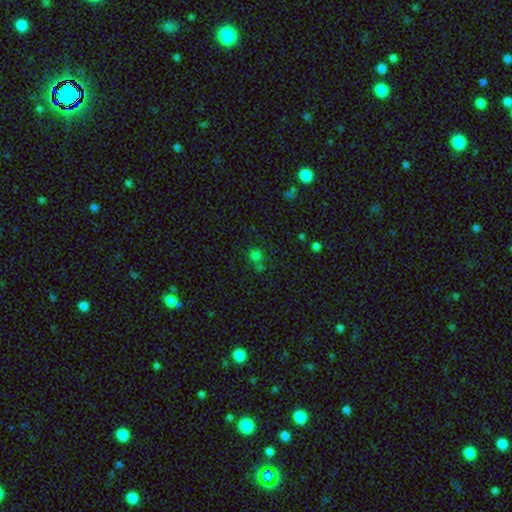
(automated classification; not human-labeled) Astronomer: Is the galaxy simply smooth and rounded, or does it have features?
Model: smooth — 68%.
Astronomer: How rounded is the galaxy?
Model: round — 86%.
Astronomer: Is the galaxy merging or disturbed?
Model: none — 59%.